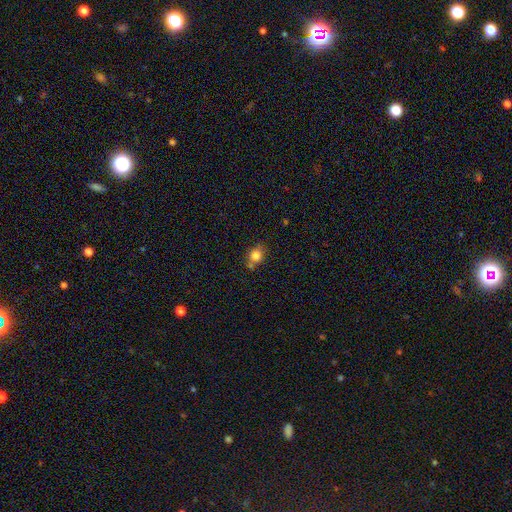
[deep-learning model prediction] smooth_or_featured: smooth (p=0.79) [alt: star or artifact p=0.11]
how_rounded: round (p=0.61) [alt: in between p=0.37]
merging: none (p=0.58) [alt: merger p=0.19]